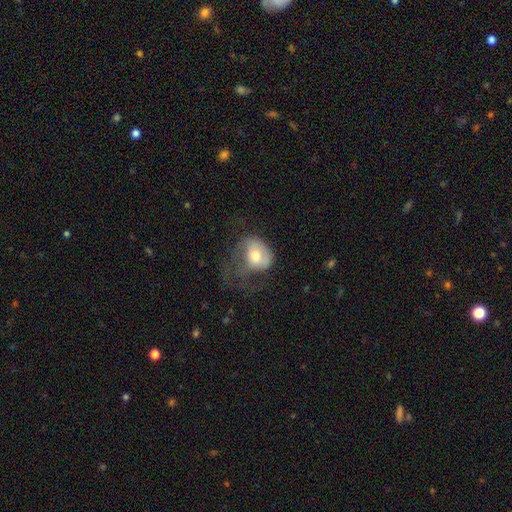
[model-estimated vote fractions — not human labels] smooth 62%, featured or disk 31%, star or artifact 8%. Down the decision tree: how rounded — in between (55%); merging — major disturbance (54%).